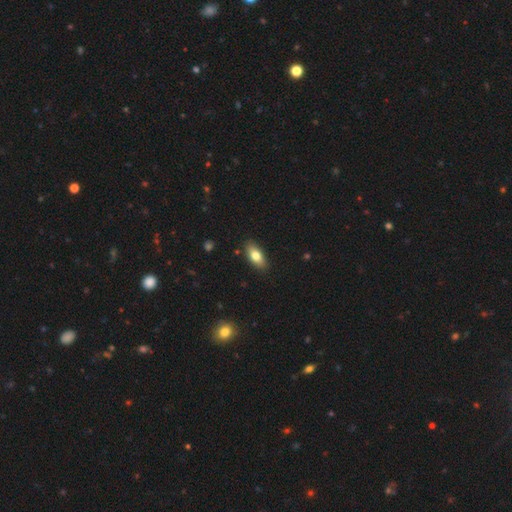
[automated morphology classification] Smooth or featured: smooth — 79% (featured or disk — 15%)
How rounded: in between — 85% (cigar-shaped — 12%)
Merging: none — 87% (minor disturbance — 10%)